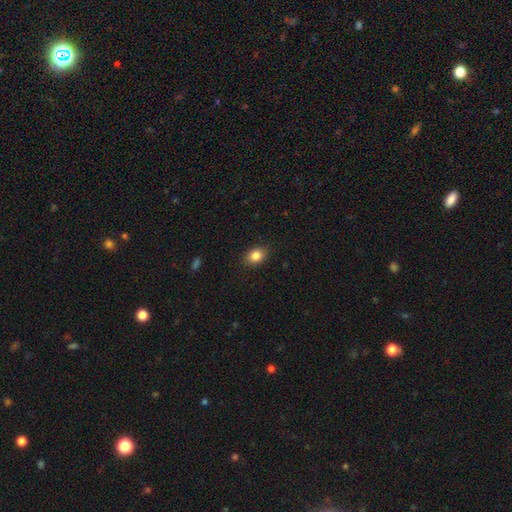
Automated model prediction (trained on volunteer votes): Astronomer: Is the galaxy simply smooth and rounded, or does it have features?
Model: smooth — 86%.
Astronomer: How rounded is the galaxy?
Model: in between — 67%.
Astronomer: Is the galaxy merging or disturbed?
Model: none — 88%.